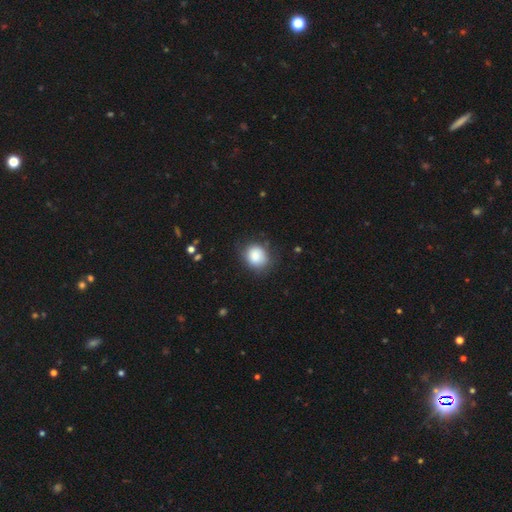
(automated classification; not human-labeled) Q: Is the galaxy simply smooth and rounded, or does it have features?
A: smooth — 86%.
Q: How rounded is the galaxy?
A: round — 71%.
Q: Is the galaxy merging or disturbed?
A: none — 75%.